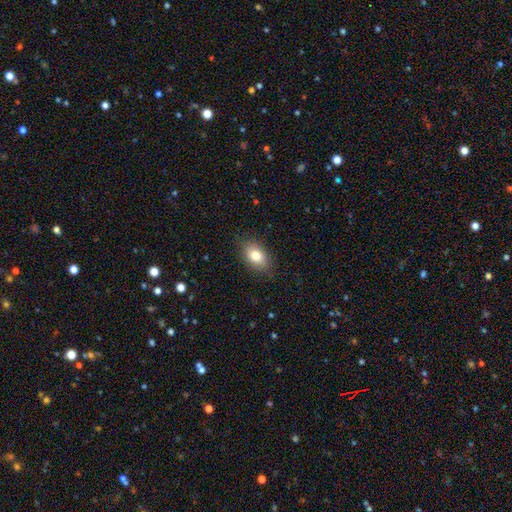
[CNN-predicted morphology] smooth_or_featured: smooth (p=0.79) [alt: featured or disk p=0.12]
how_rounded: in between (p=0.84) [alt: round p=0.14]
merging: none (p=0.83) [alt: minor disturbance p=0.13]